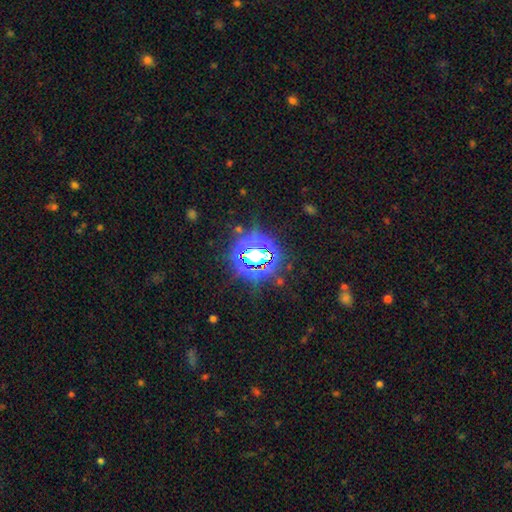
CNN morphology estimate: Smooth or featured? star or artifact (70%)